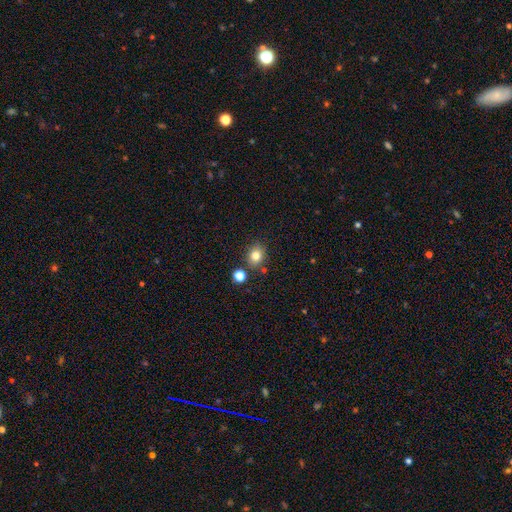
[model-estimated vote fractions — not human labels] smooth 81%, star or artifact 12%, featured or disk 7%. Down the decision tree: how rounded — round (59%); merging — none (79%).